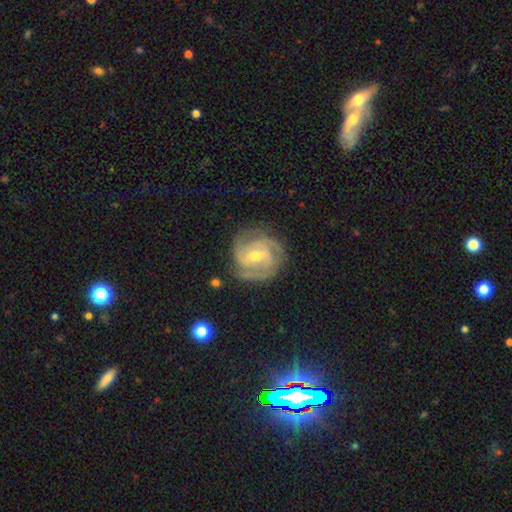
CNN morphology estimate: smooth-or-featured: featured or disk: 89% | smooth: 7% | star or artifact: 5%
  disk-edge-on: no: 98% | yes: 2%
    bar: weak: 52% | strong: 24% | no: 24%
    has-spiral-arms: yes: 97% | no: 3%
      spiral-winding: tight: 59% | medium: 35% | loose: 6%
      spiral-arm-count: 3: 47% | 2: 24% | can't tell: 12% | 4: 9% | 1: 4% | more than 4: 4%
    bulge-size: moderate: 57% | small: 39% | large: 2% | none: 1% | dominant: 1%
  merging: none: 76% | minor disturbance: 17% | major disturbance: 6% | merger: 2%